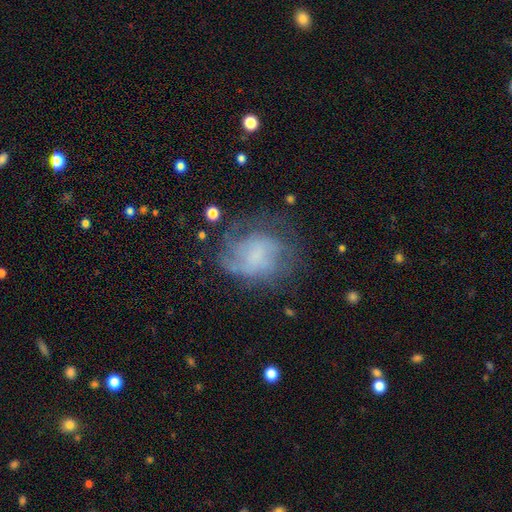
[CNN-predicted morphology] The model was most divided on "smooth or featured": featured or disk: 52%, smooth: 37%, star or artifact: 12%. Remaining: edge-on disk — no (97%); bar — no (71%); spiral arms — yes (63%); bulge size — none (52%); merging — none (49%).